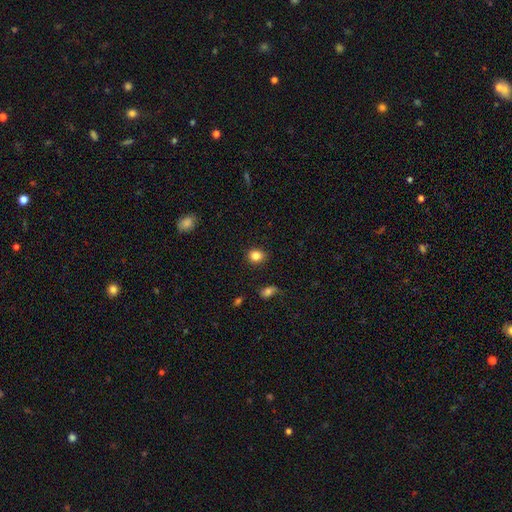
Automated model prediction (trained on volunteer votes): A smooth galaxy with no disk features (84%) that is round (69%).

Vote fractions:
- Smooth or featured? smooth: 84% / star or artifact: 10% / featured or disk: 6%
- How rounded? round: 69% / in between: 30% / cigar-shaped: 1%
- Merging? none: 87% / minor disturbance: 9% / major disturbance: 3% / merger: 2%